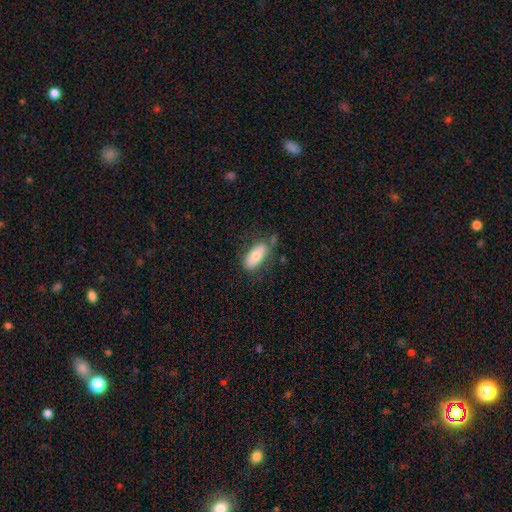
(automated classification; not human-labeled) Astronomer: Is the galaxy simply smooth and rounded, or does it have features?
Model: smooth — 71%.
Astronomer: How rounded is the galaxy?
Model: in between — 82%.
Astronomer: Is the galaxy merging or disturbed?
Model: none — 67%.